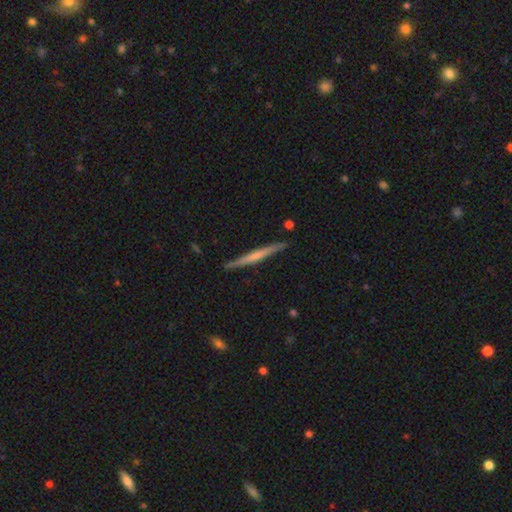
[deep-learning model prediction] smooth-or-featured: featured or disk: 56% | smooth: 39% | star or artifact: 5%
  disk-edge-on: yes: 97% | no: 3%
    edge-on-bulge: none: 57% | rounded: 34% | boxy: 10%
  merging: none: 89% | minor disturbance: 8% | merger: 2% | major disturbance: 1%